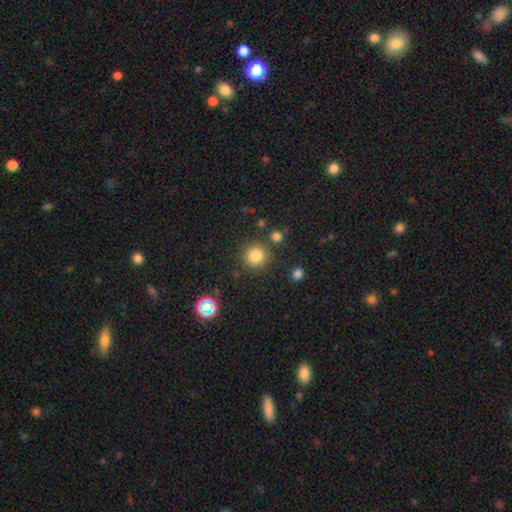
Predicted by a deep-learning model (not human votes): This appears to be a smooth galaxy with no disk features (81%) that is round (93%). Merging: none (84%).